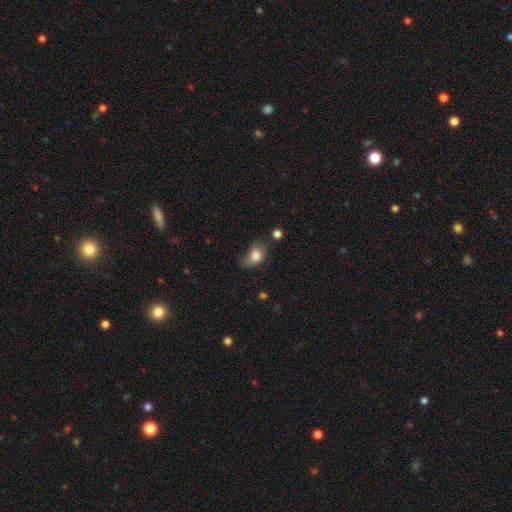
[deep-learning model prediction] Q: Smooth or featured?
A: smooth (81%); runner-up: featured or disk (10%)
Q: How rounded?
A: in between (76%); runner-up: round (22%)
Q: Merging?
A: minor disturbance (37%); runner-up: none (34%)